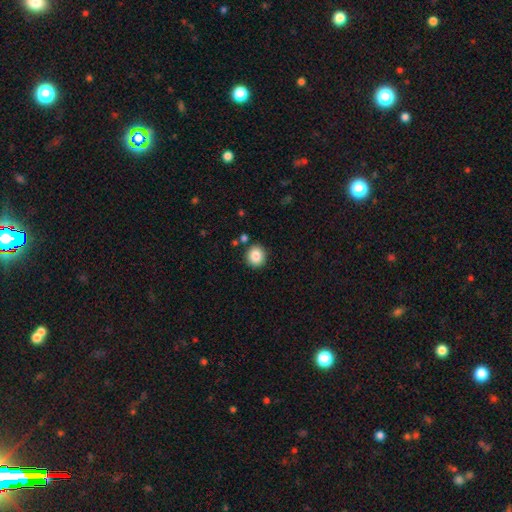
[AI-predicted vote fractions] The model was most divided on "smooth or featured": smooth: 86%, star or artifact: 9%, featured or disk: 5%. More confident: how rounded — round (88%); merging — none (87%).